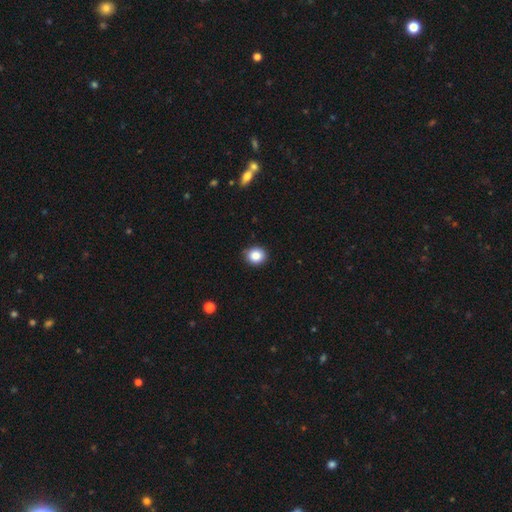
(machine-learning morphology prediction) smooth 86%, star or artifact 10%, featured or disk 4%. Down the decision tree: how rounded — round (80%); merging — none (89%).